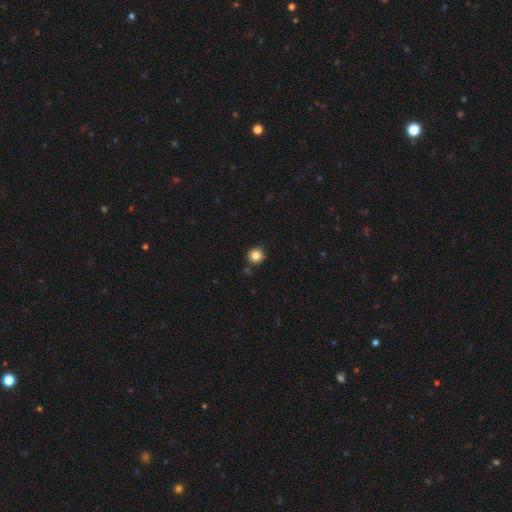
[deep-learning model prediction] Smooth or featured?
  - smooth: 83% *
  - star or artifact: 11%
  - featured or disk: 5%
How rounded?
  - round: 93% *
  - in between: 6%
  - cigar-shaped: 1%
Merging?
  - none: 87% *
  - minor disturbance: 8%
  - merger: 2%
  - major disturbance: 2%